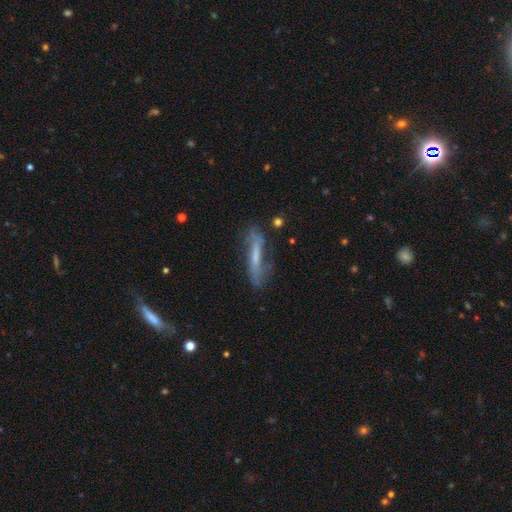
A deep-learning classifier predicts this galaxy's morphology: smooth-or-featured: featured or disk: 55% | smooth: 36% | star or artifact: 9%
  disk-edge-on: yes: 52% | no: 48%
  merging: none: 62% | minor disturbance: 24% | major disturbance: 11% | merger: 4%